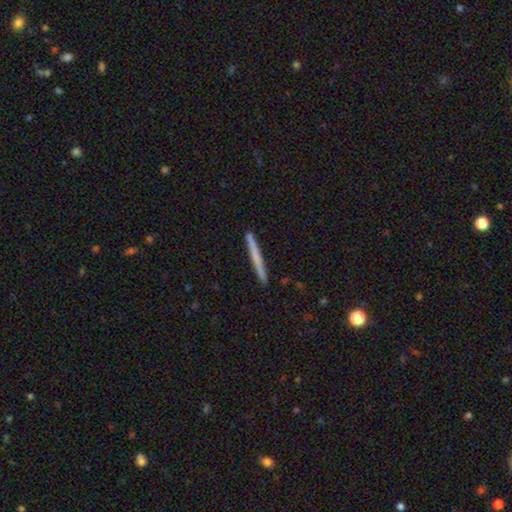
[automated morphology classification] This is possibly a smooth galaxy (60%). How rounded: clearly cigar-shaped (97%). Merging: clearly none (92%).